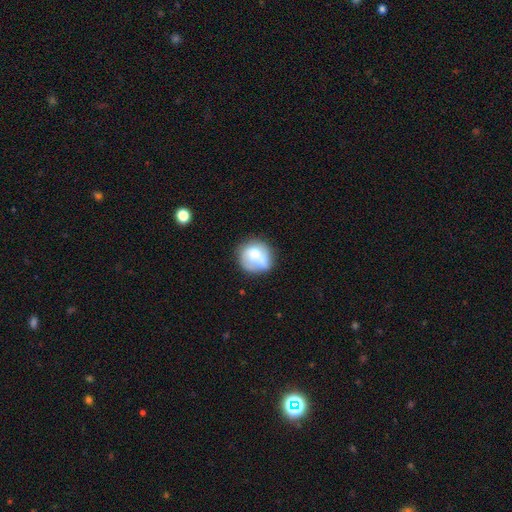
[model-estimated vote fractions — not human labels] Overall: smooth (64%; featured or disk 28%). How rounded: round (83%). Merging: none (49%; minor disturbance 23%).